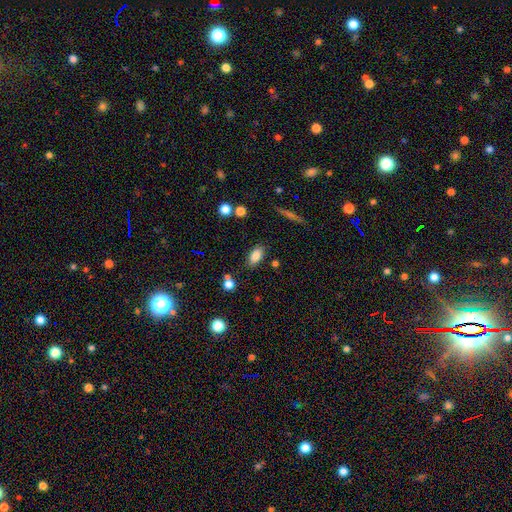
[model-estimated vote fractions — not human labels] Smooth or featured: smooth — 83% (star or artifact — 9%)
How rounded: in between — 89% (cigar-shaped — 6%)
Merging: none — 81% (minor disturbance — 11%)